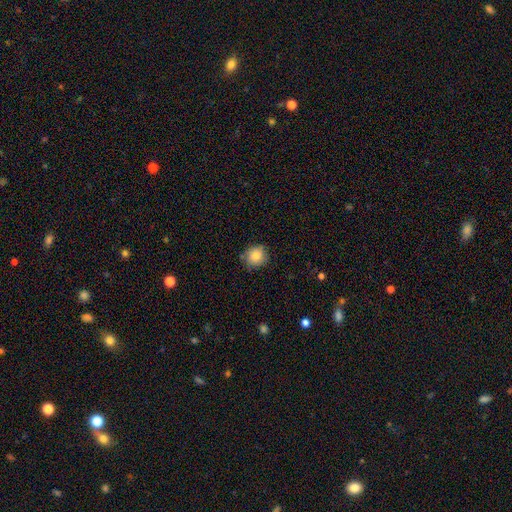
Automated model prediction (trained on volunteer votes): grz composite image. It shows a smooth galaxy with no disk features (83%) that is round (84%). Merging: none (79%).